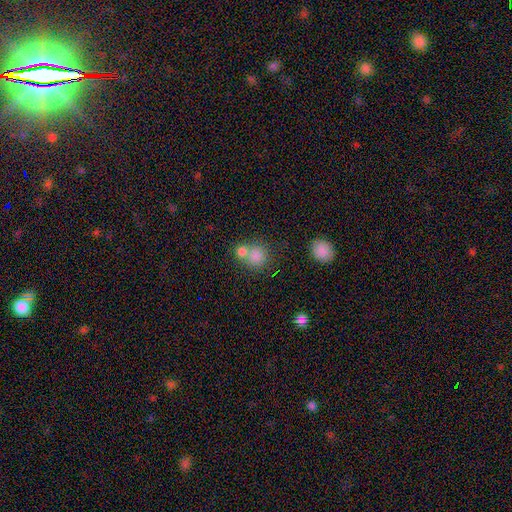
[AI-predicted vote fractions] This is likely a smooth galaxy (80%). How rounded: clearly round (84%). Merging: possibly none (47%).